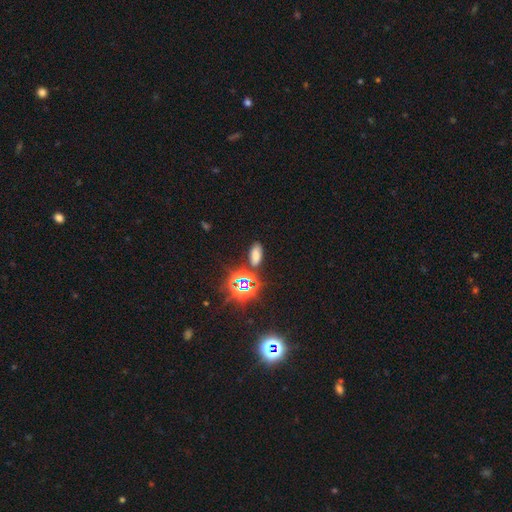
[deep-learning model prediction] smooth-or-featured: smooth: 60% | star or artifact: 33% | featured or disk: 7%
  how-rounded: in between: 84% | cigar-shaped: 10% | round: 6%
  merging: none: 81% | minor disturbance: 11% | merger: 5% | major disturbance: 4%